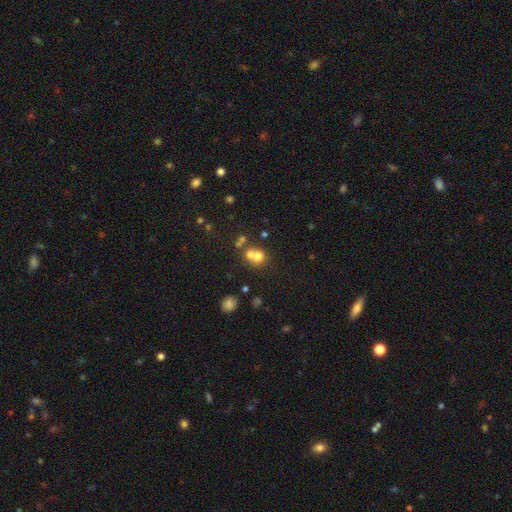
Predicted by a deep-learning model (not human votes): Smooth or featured? smooth (65%)
How rounded? round (77%)
Merging? merger (57%)